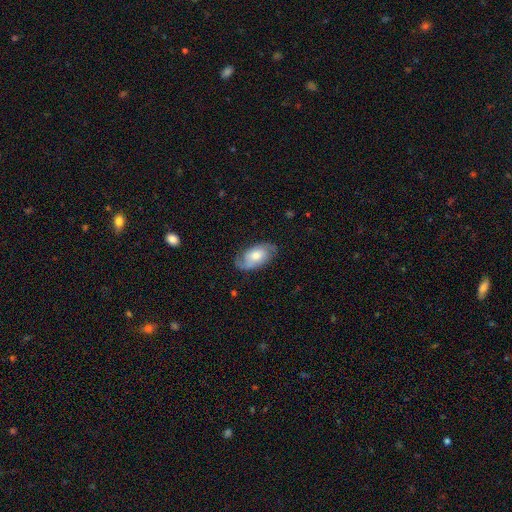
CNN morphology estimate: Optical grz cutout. It shows a featured or disk galaxy (56%) with no bar (68%), spiral arms (85%) and a moderate central bulge (58%). Merging: none (72%).